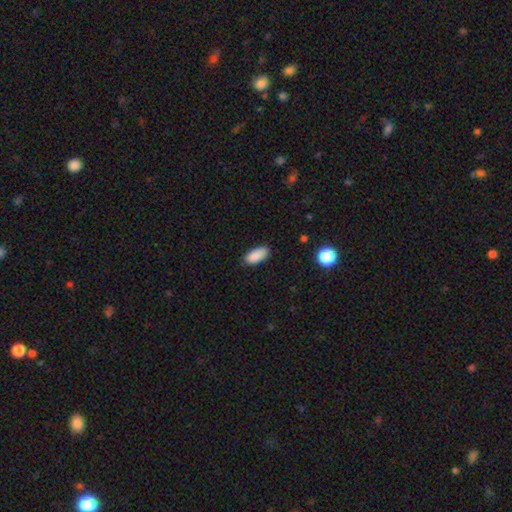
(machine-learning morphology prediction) type=smooth (88%); roundness=in between (89%); merging=none (79%).